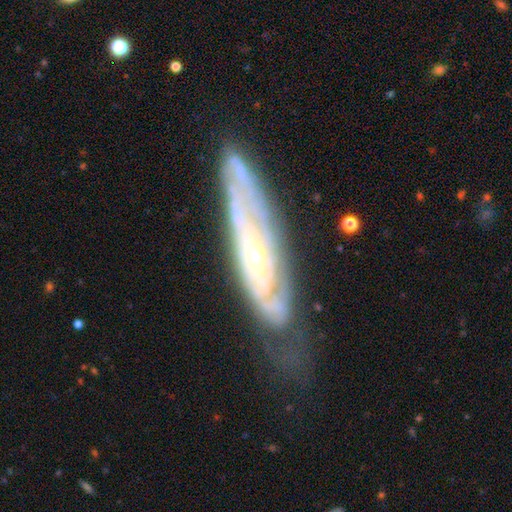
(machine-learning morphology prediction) Q: Smooth or featured?
A: featured or disk (82%); runner-up: smooth (12%)
Q: Edge-on disk?
A: no (72%); runner-up: yes (28%)
Q: Bar?
A: no (62%); runner-up: weak (26%)
Q: Spiral arms?
A: yes (86%); runner-up: no (14%)
Q: Spiral winding?
A: tight (70%); runner-up: medium (24%)
Q: Spiral arm count?
A: can't tell (55%); runner-up: 2 (24%)
Q: Bulge size?
A: small (73%); runner-up: moderate (23%)
Q: Merging?
A: none (61%); runner-up: minor disturbance (25%)